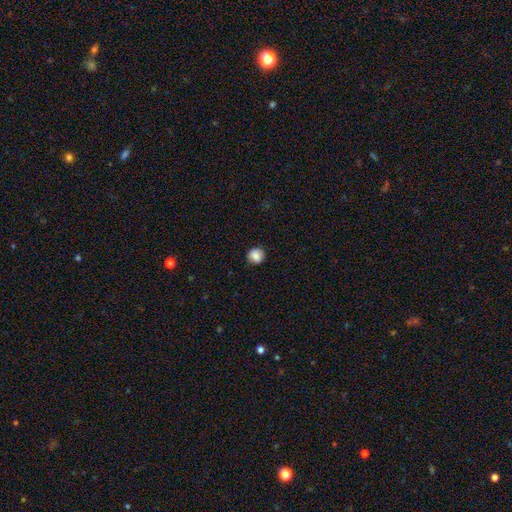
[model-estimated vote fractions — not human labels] Smooth or featured? smooth (85%)
How rounded? round (90%)
Merging? none (90%)